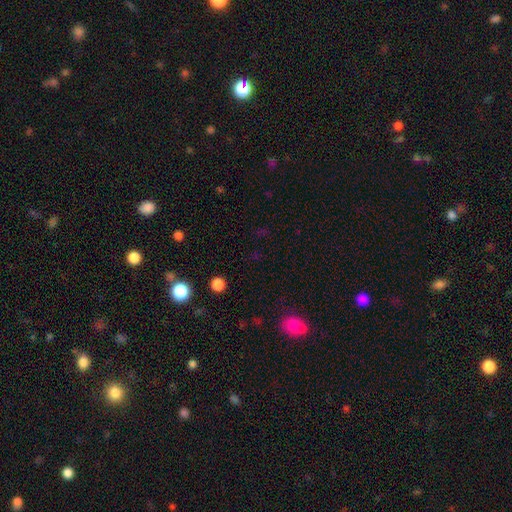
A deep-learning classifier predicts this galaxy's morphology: This appears to be a star or artifact, not a galaxy (53%).